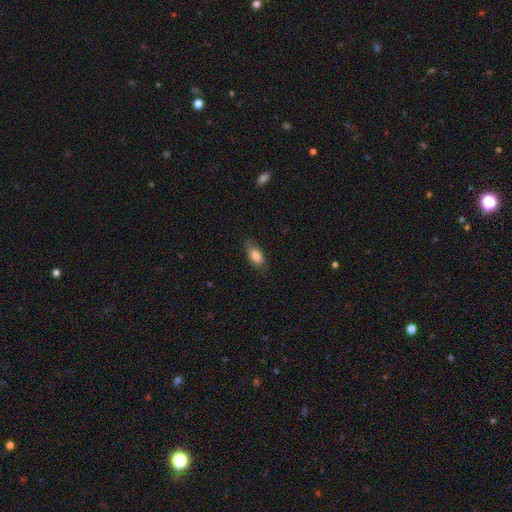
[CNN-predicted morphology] smooth-or-featured: smooth: 82% | featured or disk: 11% | star or artifact: 7%
  how-rounded: in between: 85% | cigar-shaped: 12% | round: 4%
  merging: none: 78% | minor disturbance: 17% | major disturbance: 4% | merger: 1%